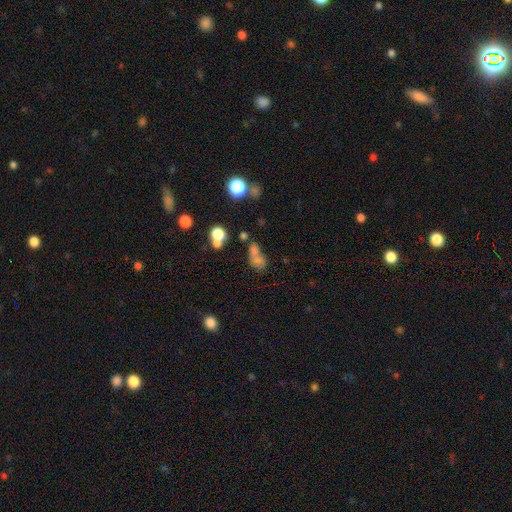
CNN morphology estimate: type=smooth (65%); roundness=in between (56%); merging=merger (51%).